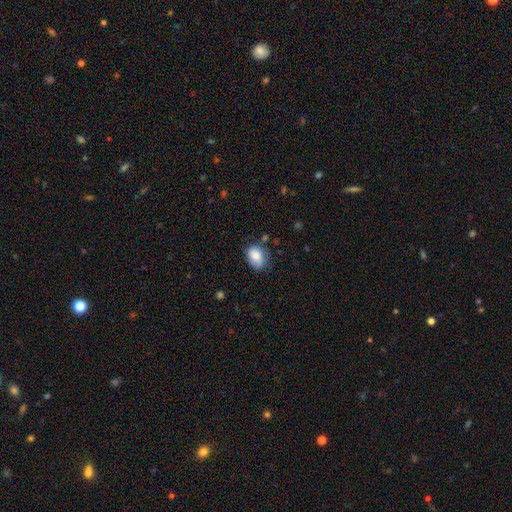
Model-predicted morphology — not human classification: Smooth or featured? smooth (81%)
How rounded? in between (76%)
Merging? none (63%)